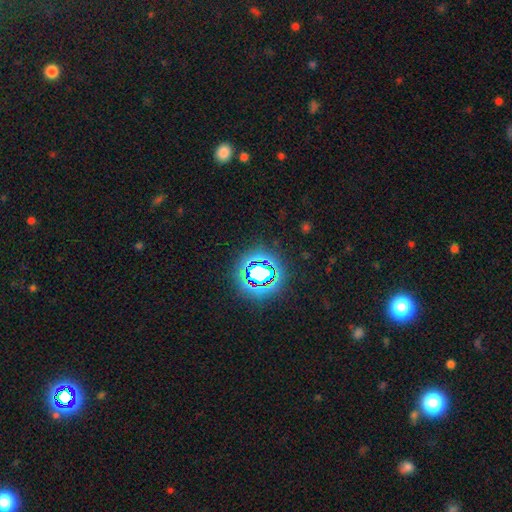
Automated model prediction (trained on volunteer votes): smooth_or_featured: star or artifact (p=0.80) [alt: smooth p=0.14]